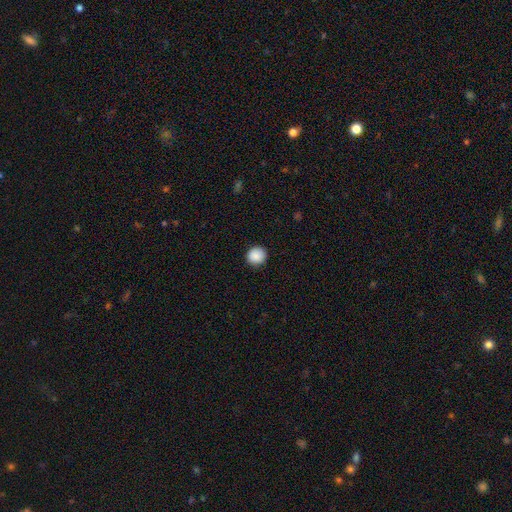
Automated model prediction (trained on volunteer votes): This appears to be a smooth galaxy with no disk features (89%) that is round (90%). Merging: none (90%).